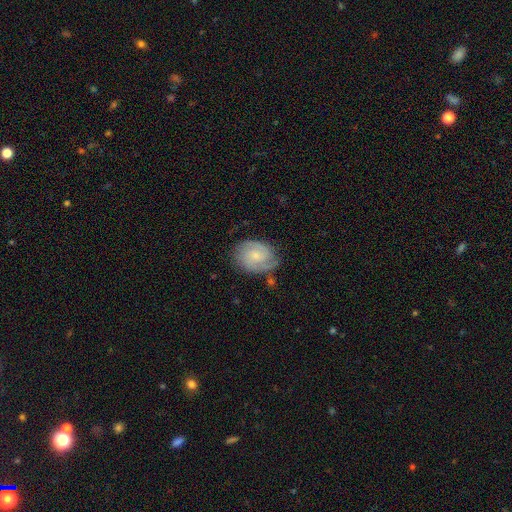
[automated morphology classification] The model was most divided on "spiral winding": tight: 48%, medium: 41%, loose: 11%. More confident: edge-on disk — no (97%); spiral arms — yes (93%); merging — none (69%); smooth or featured — featured or disk (68%); spiral arm count — 2 (67%); bar — no (57%); bulge size — small (53%).